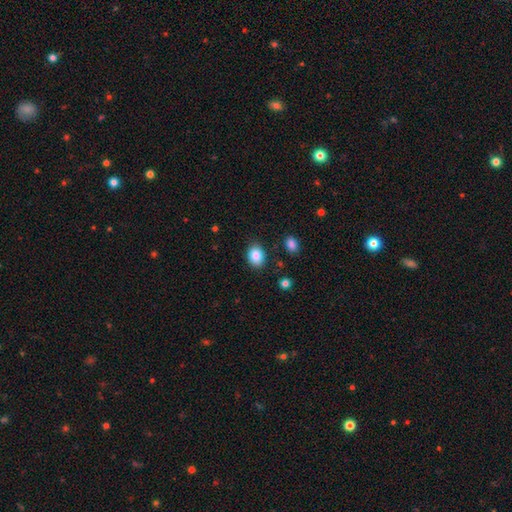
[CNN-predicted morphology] A smooth galaxy with no disk features (85%) that is in between round and cigar-shaped (69%).

Vote fractions:
- Smooth or featured? smooth: 85% / star or artifact: 8% / featured or disk: 6%
- How rounded? in between: 69% / round: 30% / cigar-shaped: 1%
- Merging? none: 85% / minor disturbance: 10% / major disturbance: 3% / merger: 2%